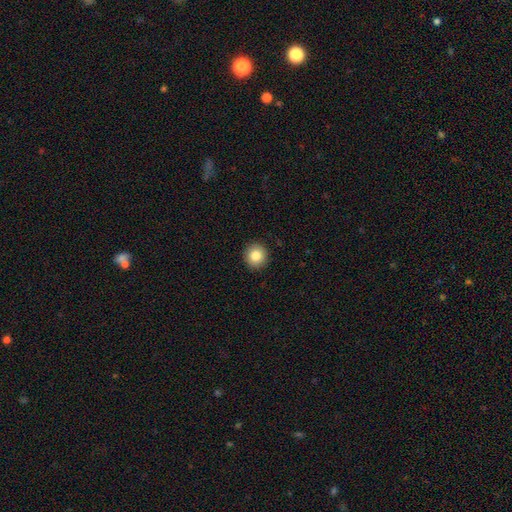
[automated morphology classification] smooth_or_featured: smooth (p=0.84) [alt: star or artifact p=0.09]
how_rounded: round (p=0.93) [alt: in between p=0.06]
merging: none (p=0.93) [alt: minor disturbance p=0.05]